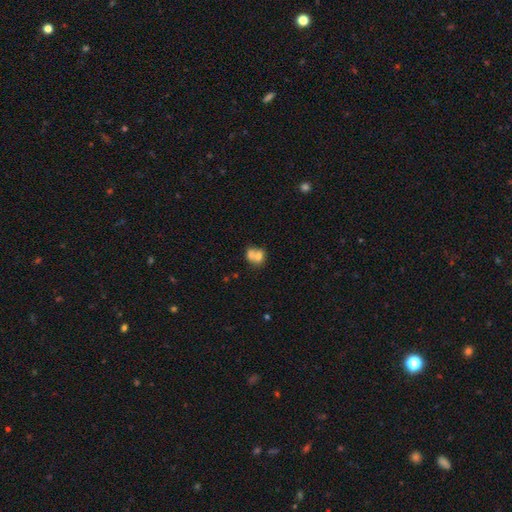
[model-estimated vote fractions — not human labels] Smooth or featured? Predicted: smooth (p=0.66). How rounded? Predicted: round (p=0.54). Merging? Predicted: merger (p=0.66).